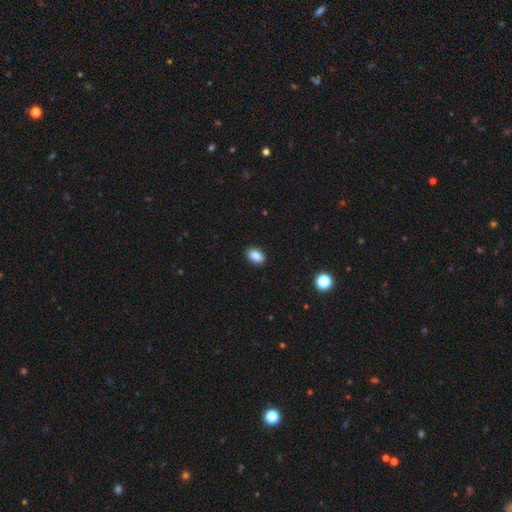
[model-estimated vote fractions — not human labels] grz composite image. It shows a smooth galaxy with no disk features (86%) that is in between round and cigar-shaped (88%). Merging: none (90%).